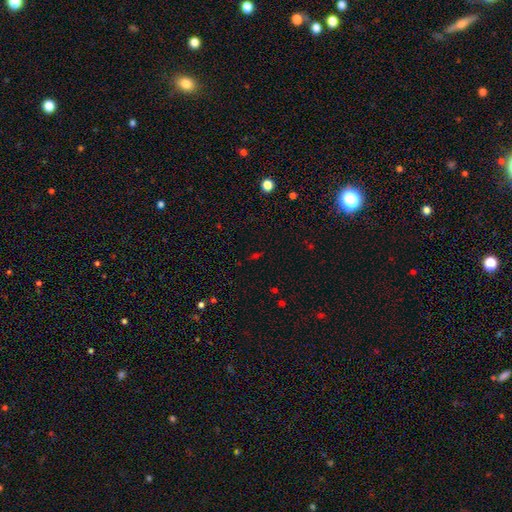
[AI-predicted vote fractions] smooth_or_featured: star or artifact (p=0.54) [alt: smooth p=0.36]